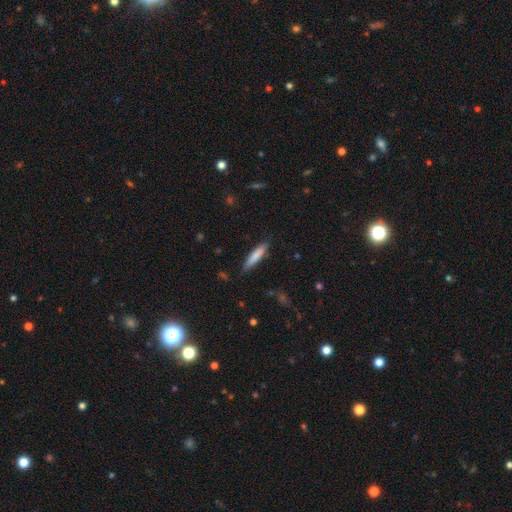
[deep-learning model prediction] This appears to be a smooth galaxy with no disk features (79%) that is cigar-shaped (85%). Merging: none (84%).